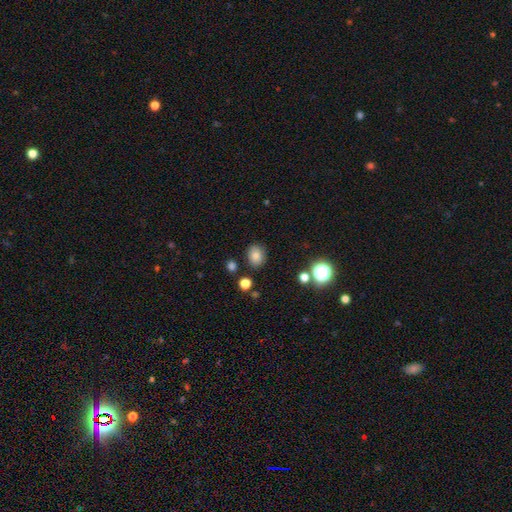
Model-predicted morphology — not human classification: Smooth or featured: smooth — 80% (star or artifact — 13%)
How rounded: round — 53% (in between — 46%)
Merging: none — 83% (minor disturbance — 10%)